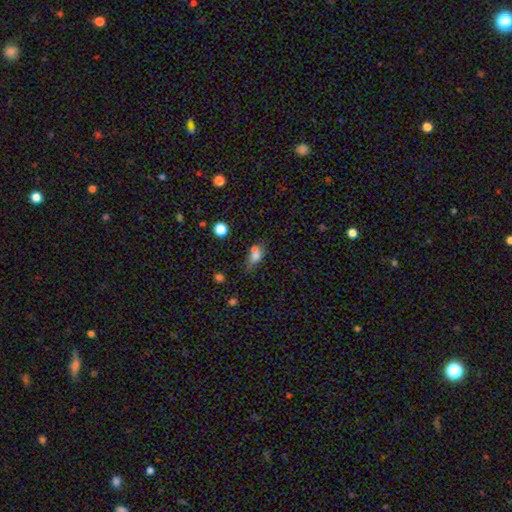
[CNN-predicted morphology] Smooth or featured?
  - smooth: 70% *
  - featured or disk: 18%
  - star or artifact: 12%
How rounded?
  - in between: 71% *
  - round: 20%
  - cigar-shaped: 9%
Merging?
  - none: 39% *
  - merger: 37%
  - minor disturbance: 17%
  - major disturbance: 7%